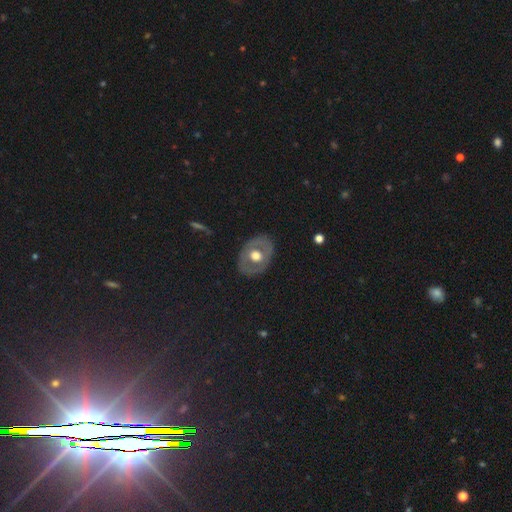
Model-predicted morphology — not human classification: smooth_or_featured: featured or disk (p=0.53) [alt: smooth p=0.41]
disk_edge_on: no (p=0.92) [alt: yes p=0.08]
merging: none (p=0.82) [alt: minor disturbance p=0.13]